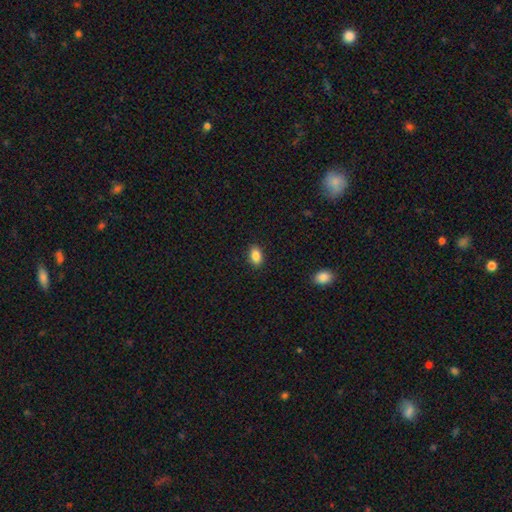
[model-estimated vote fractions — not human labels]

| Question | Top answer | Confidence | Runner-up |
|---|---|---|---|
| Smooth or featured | smooth | 87% | star or artifact (9%) |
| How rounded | in between | 88% | round (9%) |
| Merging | none | 89% | minor disturbance (8%) |